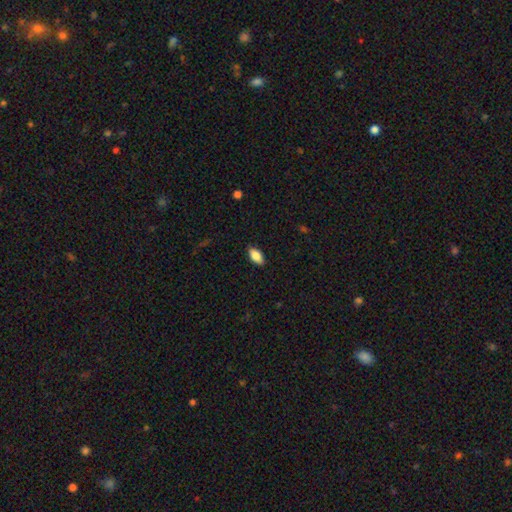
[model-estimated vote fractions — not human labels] This appears to be a smooth galaxy with no disk features (86%) that is in between round and cigar-shaped (92%). Merging: none (88%).